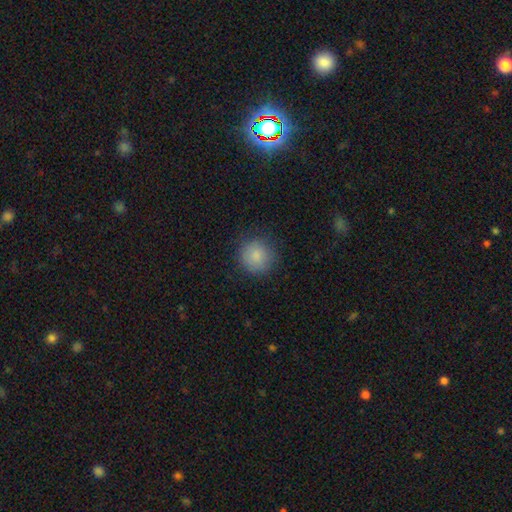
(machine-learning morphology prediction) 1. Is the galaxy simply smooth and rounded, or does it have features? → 86% smooth, 9% star or artifact, 5% featured or disk.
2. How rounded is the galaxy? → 93% round, 6% in between, 1% cigar-shaped.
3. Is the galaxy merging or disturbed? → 85% none, 10% minor disturbance, 3% major disturbance, 1% merger.